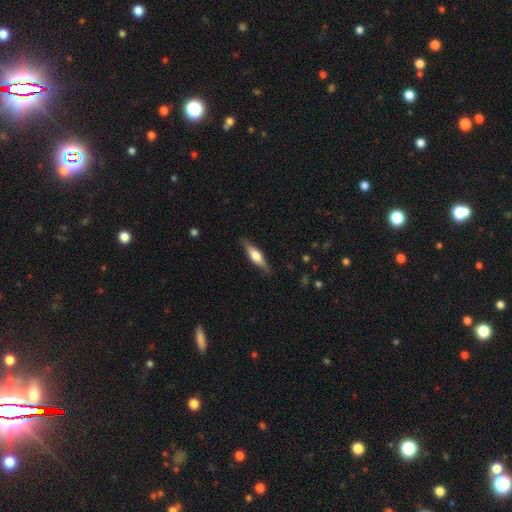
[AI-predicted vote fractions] A featured or disk galaxy (61%) viewed edge-on (96%) with a rounded central bulge (85%). Merging: none (86%).